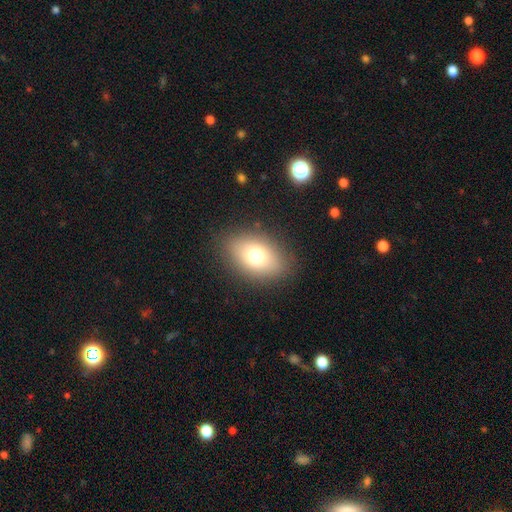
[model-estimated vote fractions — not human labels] Smooth or featured? Predicted: smooth (p=0.75). How rounded? Predicted: in between (p=0.84). Merging? Predicted: none (p=0.85).